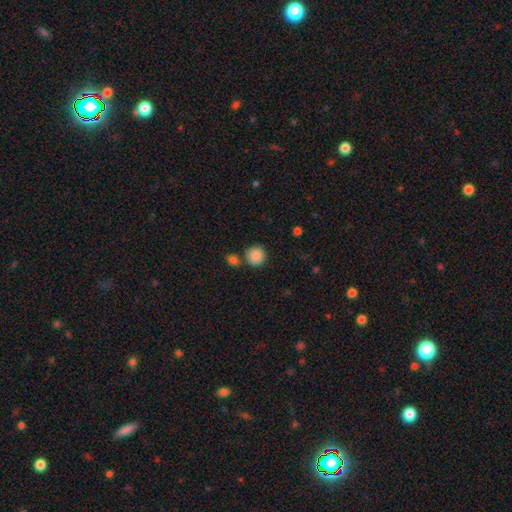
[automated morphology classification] A smooth galaxy with no disk features (88%) that is round (92%).

Vote fractions:
- Smooth or featured? smooth: 88% / star or artifact: 8% / featured or disk: 4%
- How rounded? round: 92% / in between: 7% / cigar-shaped: 1%
- Merging? none: 78% / merger: 11% / minor disturbance: 8% / major disturbance: 3%